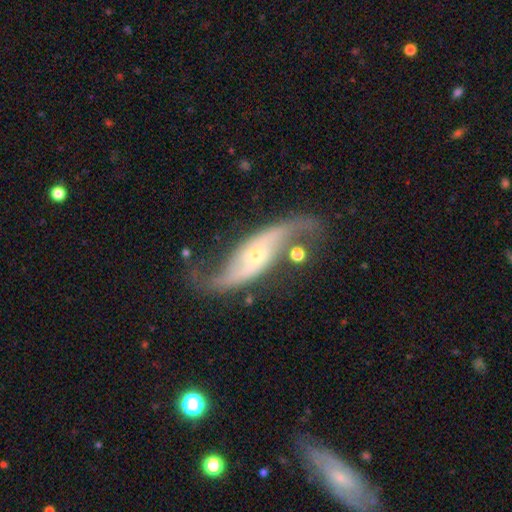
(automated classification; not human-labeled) smooth-or-featured: featured or disk: 88% | smooth: 7% | star or artifact: 5%
  disk-edge-on: no: 91% | yes: 9%
    bar: no: 50% | weak: 28% | strong: 22%
    has-spiral-arms: yes: 95% | no: 5%
      spiral-winding: loose: 78% | medium: 17% | tight: 5%
      spiral-arm-count: 2: 93% | can't tell: 2% | 1: 2% | 3: 1% | 4: 1% | more than 4: 1%
    bulge-size: small: 67% | moderate: 28% | large: 2% | none: 1% | dominant: 1%
  merging: none: 67% | minor disturbance: 17% | major disturbance: 11% | merger: 6%